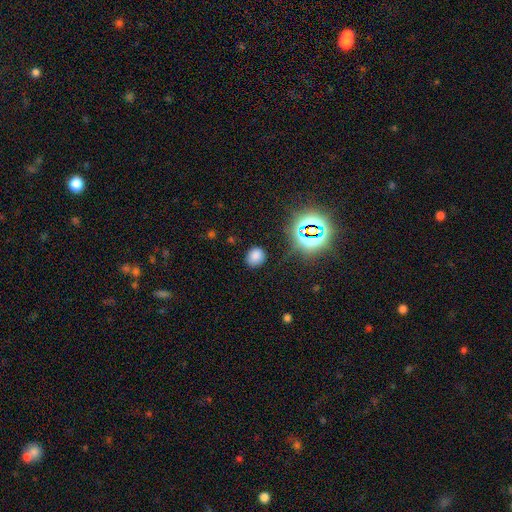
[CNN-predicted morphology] Smooth or featured: smooth — 73% (star or artifact — 21%)
How rounded: round — 65% (in between — 34%)
Merging: none — 81% (minor disturbance — 13%)